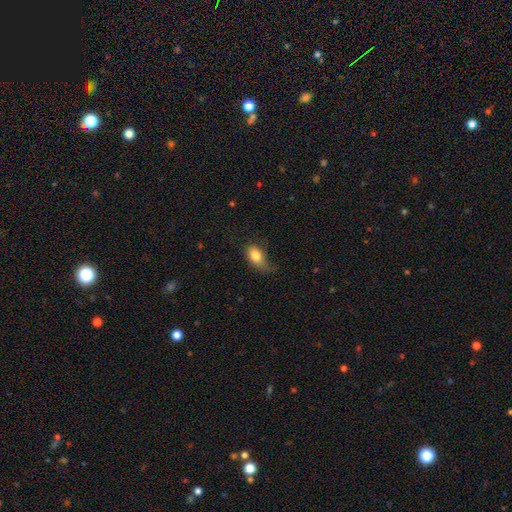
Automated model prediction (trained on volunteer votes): Morphology: type=smooth (81%); roundness=in between (86%); merging=none (43%).